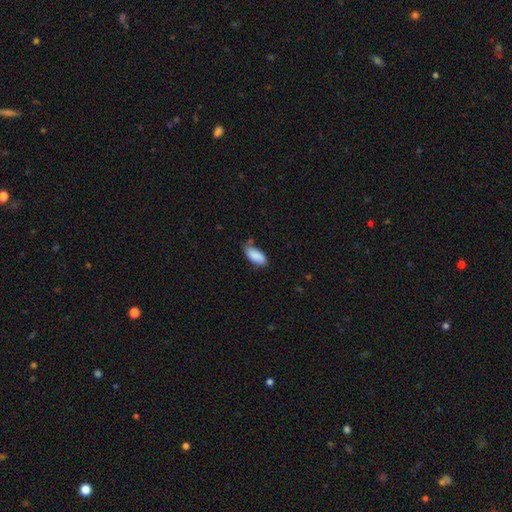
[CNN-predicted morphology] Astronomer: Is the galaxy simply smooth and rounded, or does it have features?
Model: smooth — 88%.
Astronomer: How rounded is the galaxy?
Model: in between — 88%.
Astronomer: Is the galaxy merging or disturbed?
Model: none — 65%.